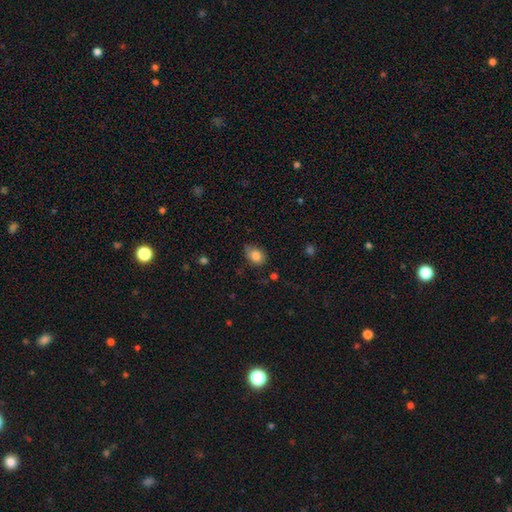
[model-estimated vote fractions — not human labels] This appears to be a smooth galaxy with no disk features (83%) that is in between round and cigar-shaped (71%). Merging: none (61%).